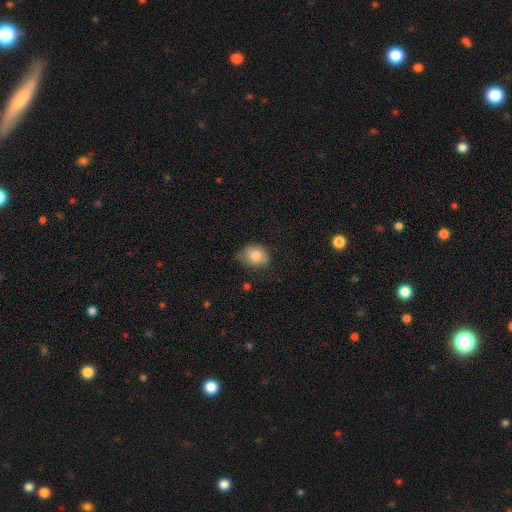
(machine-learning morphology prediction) The model was most divided on "how rounded": in between: 61%, round: 38%, cigar-shaped: 1%. More confident: smooth or featured — smooth (78%); merging — none (60%).